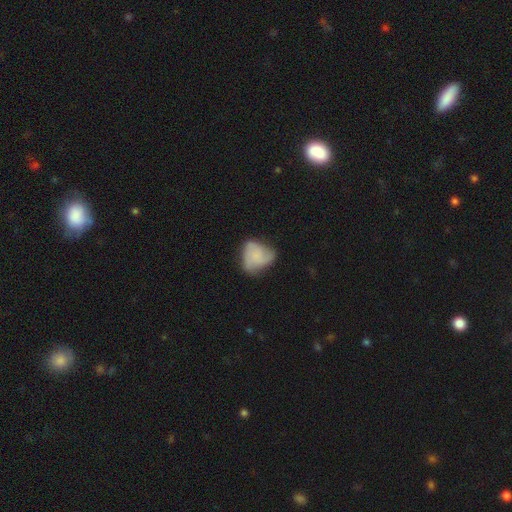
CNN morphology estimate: A smooth galaxy with no disk features (54%) that is in between round and cigar-shaped (59%). Merging: none (38%).